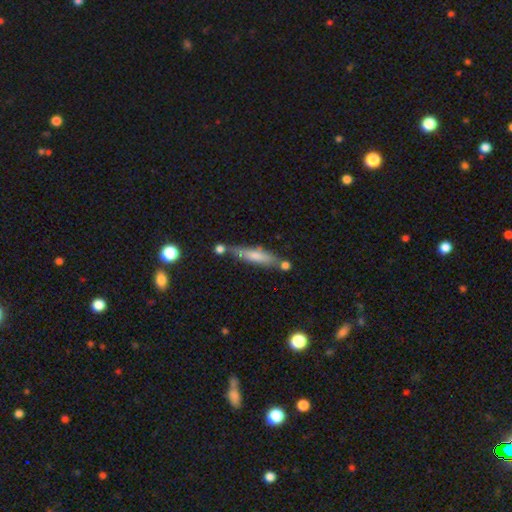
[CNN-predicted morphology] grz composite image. It shows a smooth galaxy with no disk features (61%) that is cigar-shaped (81%). Merging: none (61%).